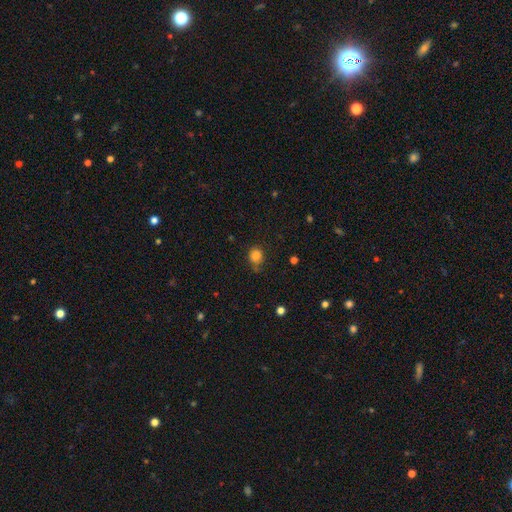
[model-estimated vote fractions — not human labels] A smooth galaxy with no disk features (83%) that is round (76%). Merging: none (70%).